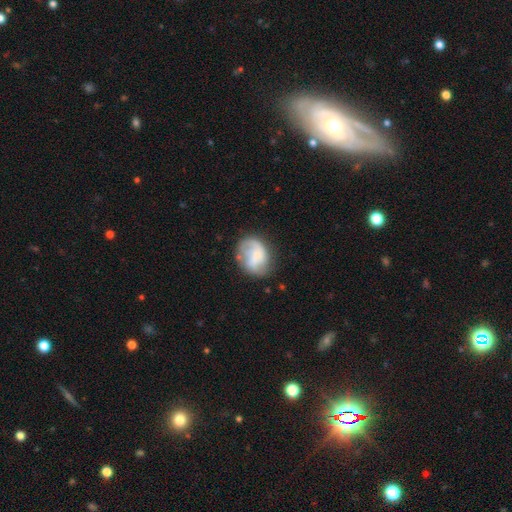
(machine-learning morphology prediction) smooth-or-featured: featured or disk: 47% | smooth: 45% | star or artifact: 8%
  merging: none: 55% | minor disturbance: 25% | major disturbance: 16% | merger: 4%